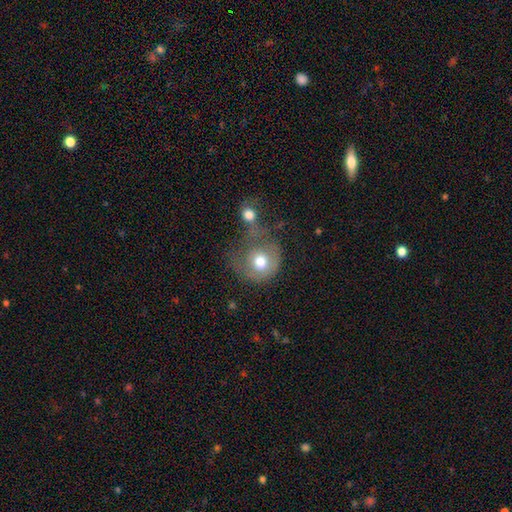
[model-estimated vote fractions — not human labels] A smooth galaxy with no disk features (59%) that is round (82%).

Vote fractions:
- Smooth or featured? smooth: 59% / featured or disk: 30% / star or artifact: 11%
- How rounded? round: 82% / in between: 17% / cigar-shaped: 1%
- Merging? none: 34% / merger: 29% / major disturbance: 18% / minor disturbance: 18%